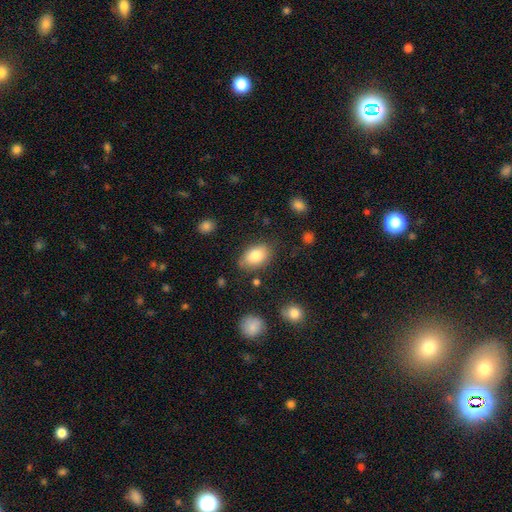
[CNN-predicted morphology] smooth 81%, featured or disk 12%, star or artifact 7%. Down the decision tree: how rounded — in between (89%); merging — none (78%).